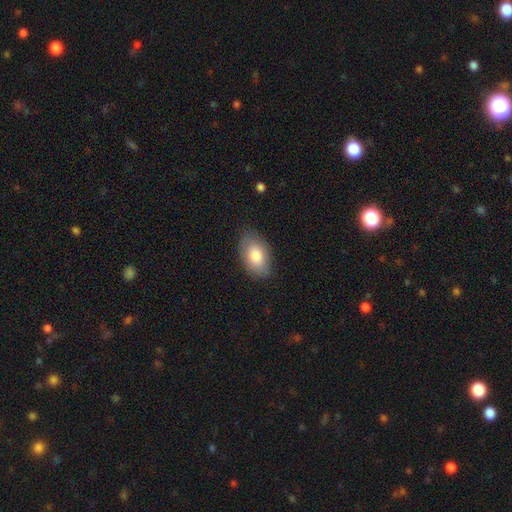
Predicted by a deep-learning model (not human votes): Overall: smooth (81%). How rounded: in between (91%). Merging: none (81%).